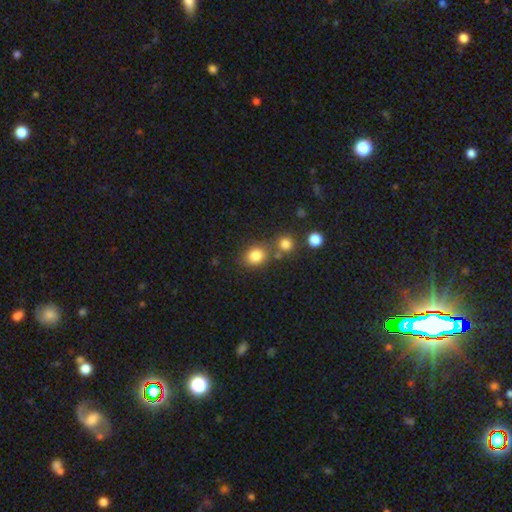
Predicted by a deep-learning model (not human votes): The model was most divided on "how rounded": round: 62%, in between: 37%, cigar-shaped: 1%. More confident: smooth or featured — smooth (82%); merging — none (67%).